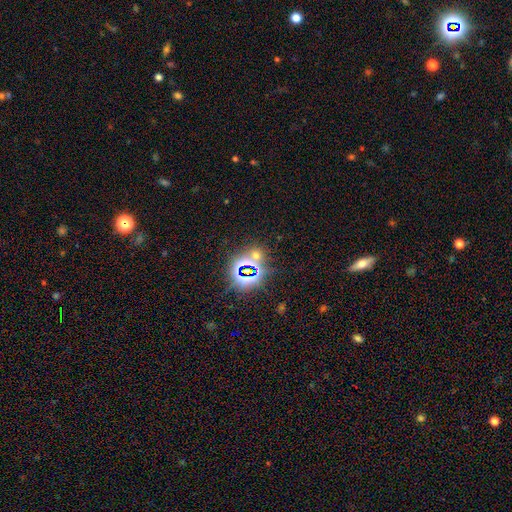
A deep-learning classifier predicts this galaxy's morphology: Smooth or featured? star or artifact (68%)